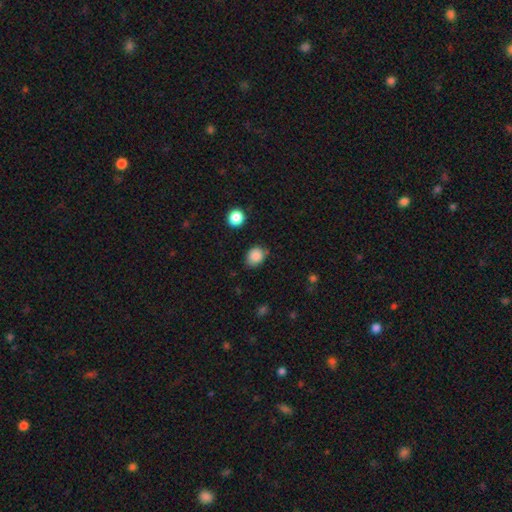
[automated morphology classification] smooth-or-featured: smooth: 86% | star or artifact: 10% | featured or disk: 4%
  how-rounded: round: 56% | in between: 43% | cigar-shaped: 1%
  merging: none: 74% | minor disturbance: 20% | major disturbance: 4% | merger: 3%